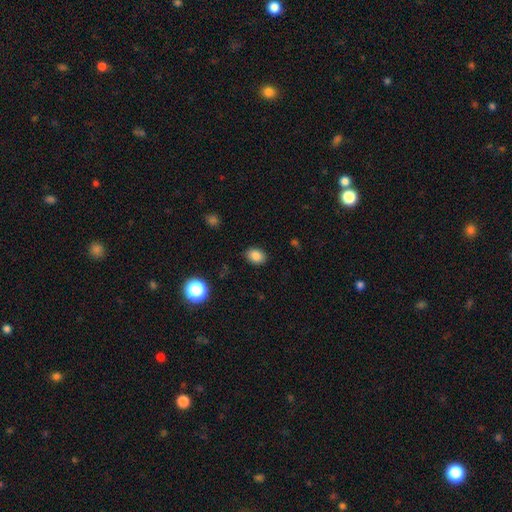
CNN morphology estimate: smooth-or-featured: smooth: 84% | star or artifact: 11% | featured or disk: 5%
  how-rounded: in between: 68% | round: 31% | cigar-shaped: 1%
  merging: none: 87% | minor disturbance: 9% | major disturbance: 3% | merger: 1%